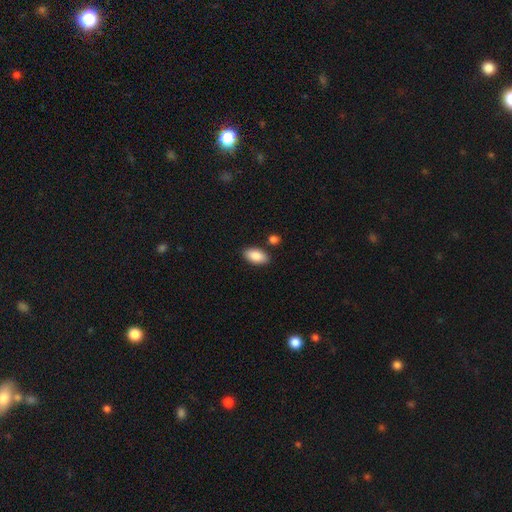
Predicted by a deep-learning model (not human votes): Overall: smooth (88%). How rounded: in between (93%). Merging: none (84%).